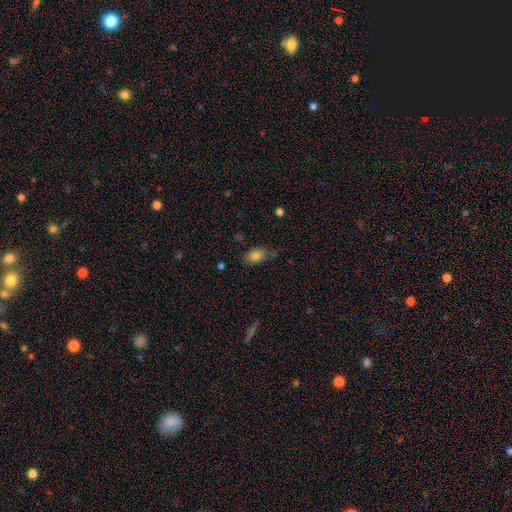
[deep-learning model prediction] Smooth or featured? smooth (82%)
How rounded? in between (84%)
Merging? none (65%)